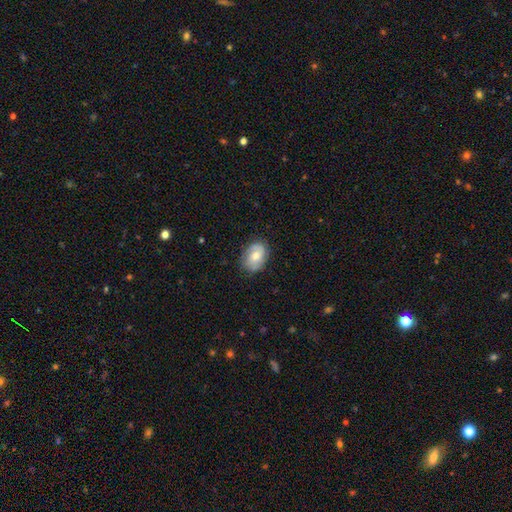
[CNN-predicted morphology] A smooth galaxy with no disk features (55%) that is in between round and cigar-shaped (72%).

Vote fractions:
- Smooth or featured? smooth: 55% / featured or disk: 38% / star or artifact: 7%
- How rounded? in between: 72% / round: 26% / cigar-shaped: 1%
- Merging? none: 77% / minor disturbance: 17% / major disturbance: 4% / merger: 1%